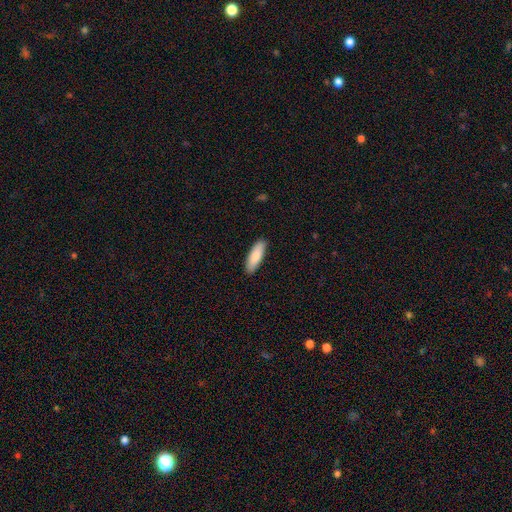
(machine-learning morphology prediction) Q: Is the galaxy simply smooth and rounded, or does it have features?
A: smooth — 86%.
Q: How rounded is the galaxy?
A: in between — 54%.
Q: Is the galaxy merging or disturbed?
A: none — 90%.